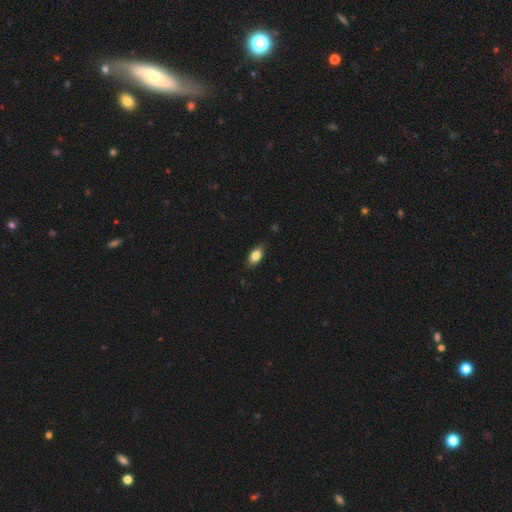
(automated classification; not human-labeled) smooth-or-featured: smooth: 81% | featured or disk: 12% | star or artifact: 7%
  how-rounded: in between: 88% | cigar-shaped: 7% | round: 5%
  merging: none: 83% | minor disturbance: 13% | major disturbance: 2% | merger: 1%